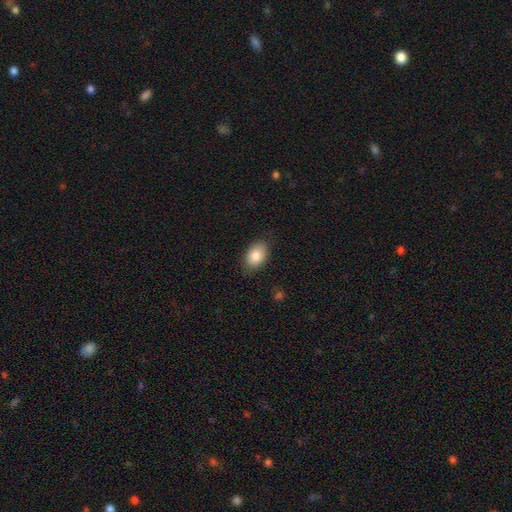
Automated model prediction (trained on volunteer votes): Smooth or featured? smooth (85%)
How rounded? in between (84%)
Merging? none (83%)